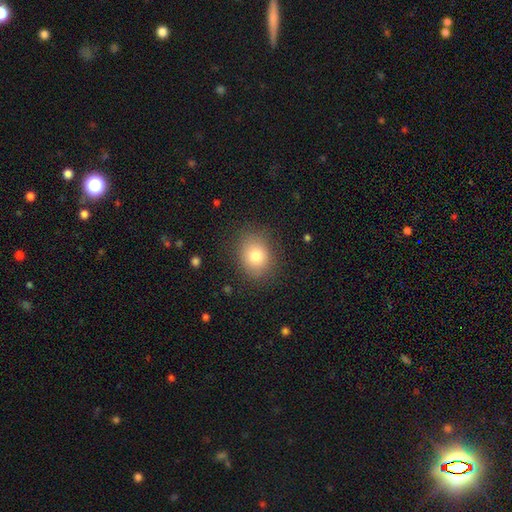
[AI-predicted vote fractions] Smooth or featured: smooth — 80% (star or artifact — 10%)
How rounded: round — 50% (in between — 49%)
Merging: none — 83% (minor disturbance — 12%)